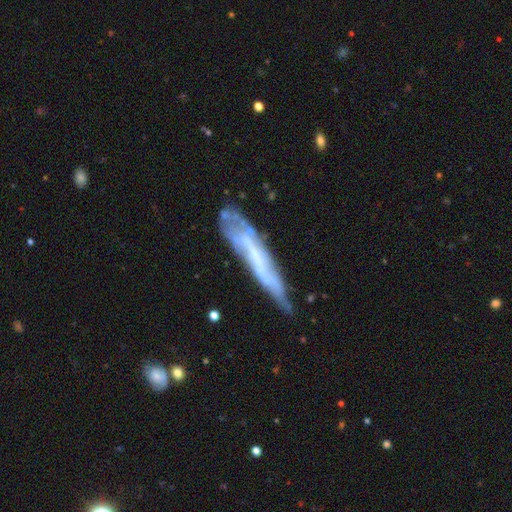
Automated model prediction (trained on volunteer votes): A featured or disk galaxy (63%) viewed edge-on (55%).

Vote fractions:
- Smooth or featured? featured or disk: 63% / smooth: 29% / star or artifact: 8%
- Edge-on disk? yes: 55% / no: 45%
- Merging? none: 56% / minor disturbance: 27% / major disturbance: 11% / merger: 5%